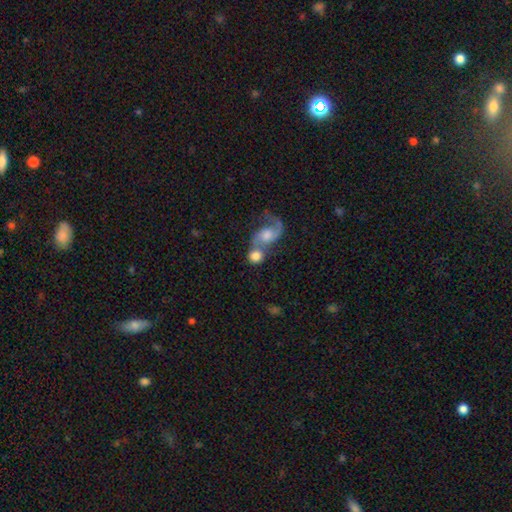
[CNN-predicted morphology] Q: Smooth or featured?
A: smooth (56%); runner-up: featured or disk (36%)
Q: How rounded?
A: round (73%); runner-up: in between (24%)
Q: Merging?
A: merger (63%); runner-up: none (24%)